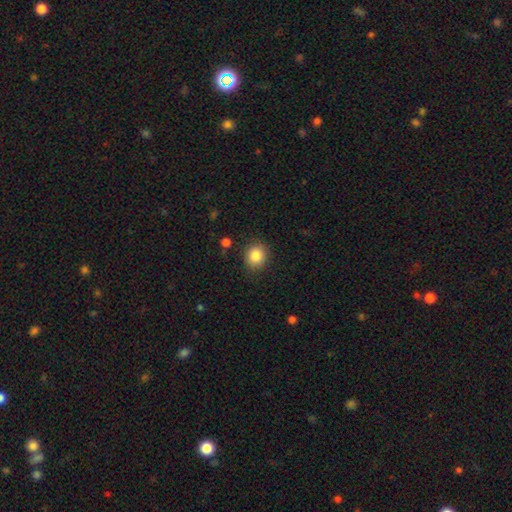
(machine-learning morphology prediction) Q: Smooth or featured?
A: smooth (86%); runner-up: star or artifact (9%)
Q: How rounded?
A: round (79%); runner-up: in between (20%)
Q: Merging?
A: none (87%); runner-up: minor disturbance (9%)